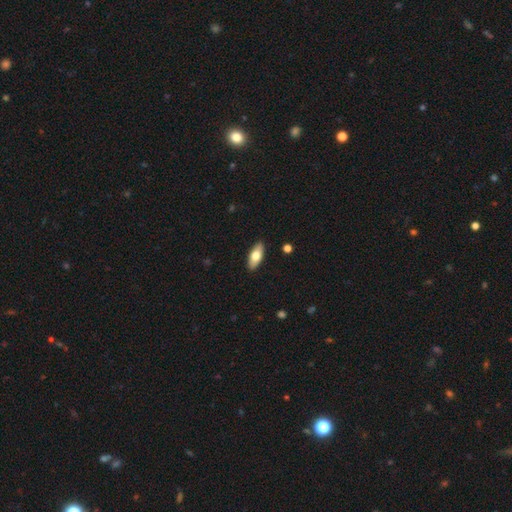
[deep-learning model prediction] This appears to be a smooth galaxy with no disk features (70%) that is in between round and cigar-shaped (83%). Merging: none (90%).